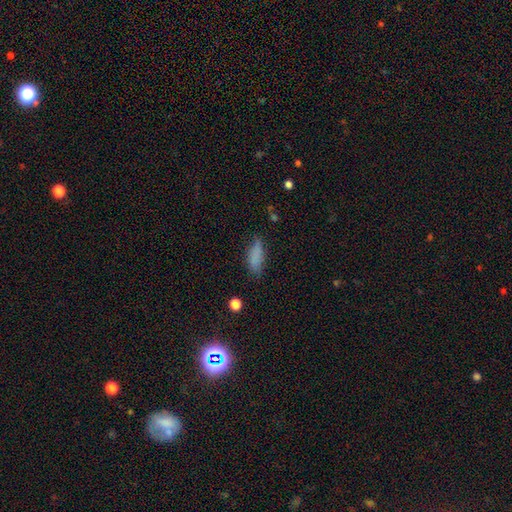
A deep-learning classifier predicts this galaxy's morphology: Smooth or featured? smooth (78%)
How rounded? in between (65%)
Merging? none (63%)